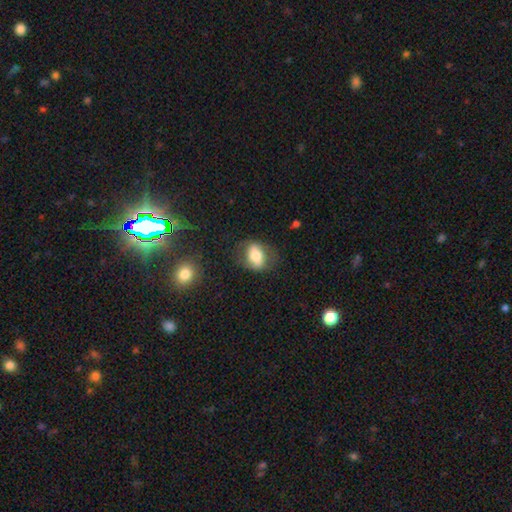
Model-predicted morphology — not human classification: This is likely a smooth galaxy (63%). How rounded: likely in between (73%). Merging: likely none (68%).